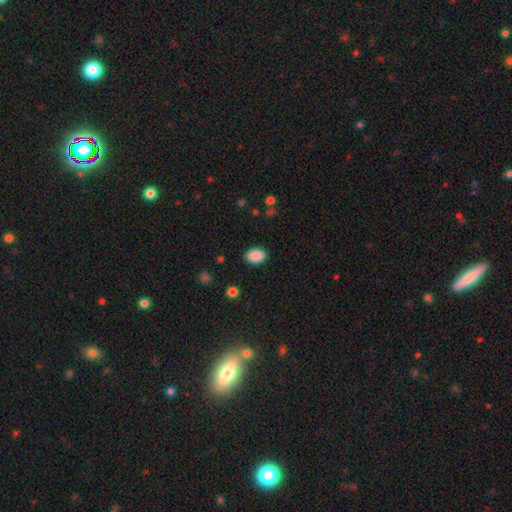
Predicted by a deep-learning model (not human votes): Smooth or featured? smooth (89%)
How rounded? in between (77%)
Merging? none (89%)